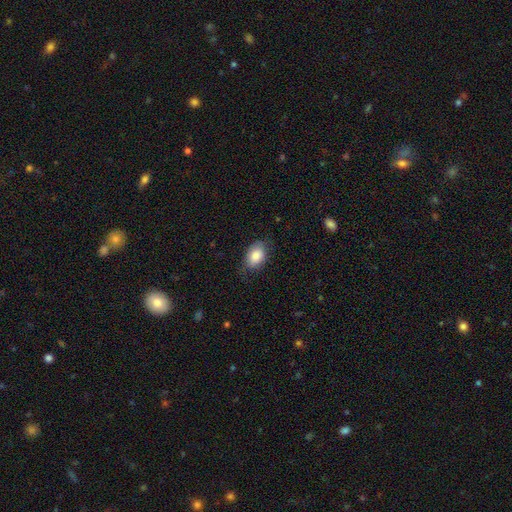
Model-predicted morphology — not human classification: type=smooth (83%); roundness=in between (89%); merging=none (68%).